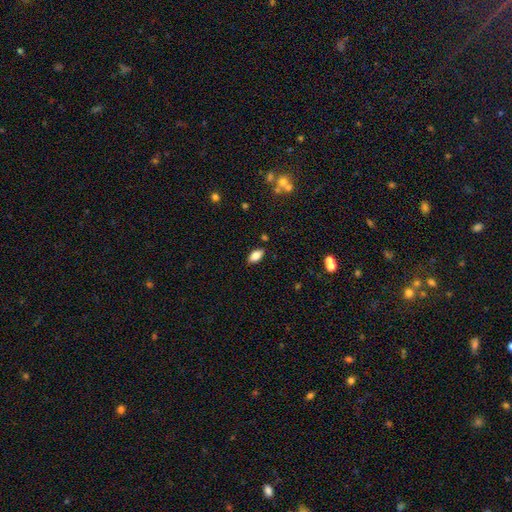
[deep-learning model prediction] This is clearly a smooth galaxy (81%). How rounded: clearly in between (90%). Merging: clearly none (85%).